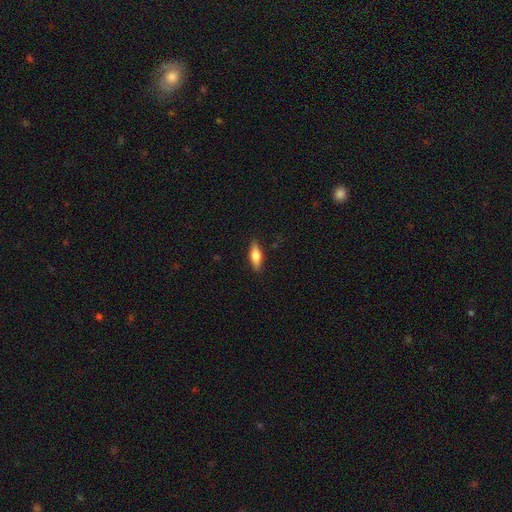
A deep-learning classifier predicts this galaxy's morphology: smooth_or_featured: smooth (p=0.64) [alt: featured or disk p=0.30]
how_rounded: in between (p=0.52) [alt: cigar-shaped p=0.45]
merging: none (p=0.87) [alt: minor disturbance p=0.10]